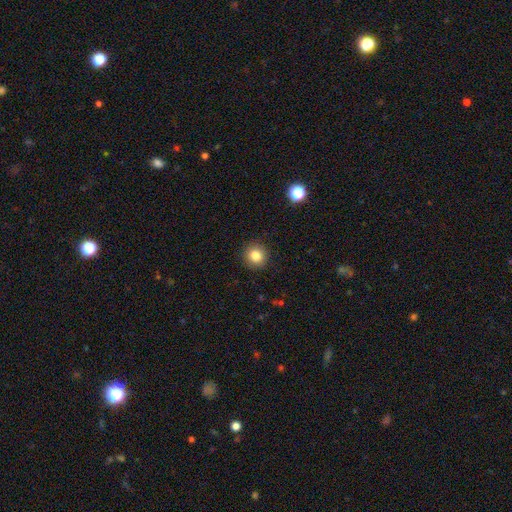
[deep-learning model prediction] A smooth galaxy with no disk features (83%) that is round (92%). Merging: none (91%).